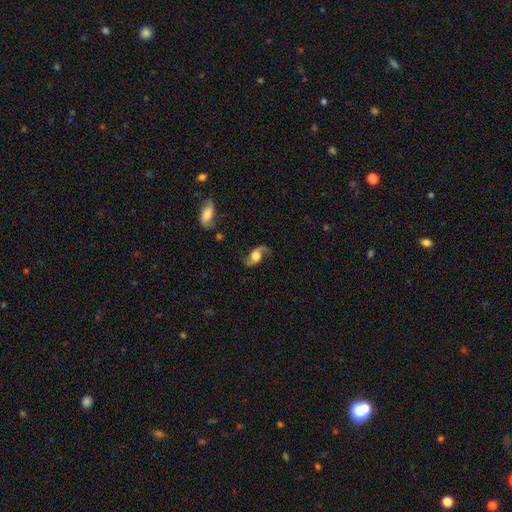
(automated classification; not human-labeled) Smooth or featured? Predicted: featured or disk (p=0.81). Edge-on disk? Predicted: no (p=0.95). Bar? Predicted: no (p=0.60). Spiral arms? Predicted: yes (p=0.95). Spiral winding? Predicted: loose (p=0.70). Spiral arm count? Predicted: 2 (p=0.93). Bulge size? Predicted: large (p=0.49). Merging? Predicted: none (p=0.77).